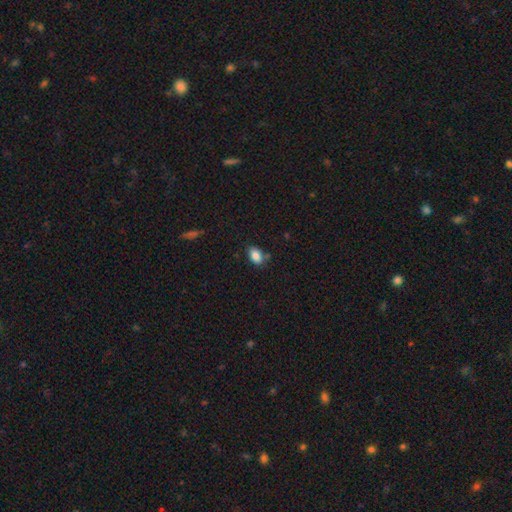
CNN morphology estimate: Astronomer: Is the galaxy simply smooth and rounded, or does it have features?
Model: smooth — 86%.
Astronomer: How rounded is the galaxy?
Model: in between — 86%.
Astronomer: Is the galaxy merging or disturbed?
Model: none — 74%.